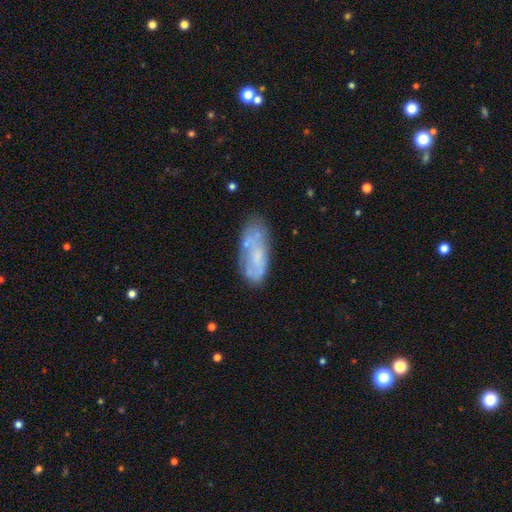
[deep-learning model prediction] smooth_or_featured: smooth (p=0.49) [alt: featured or disk p=0.43]
merging: none (p=0.60) [alt: minor disturbance p=0.23]